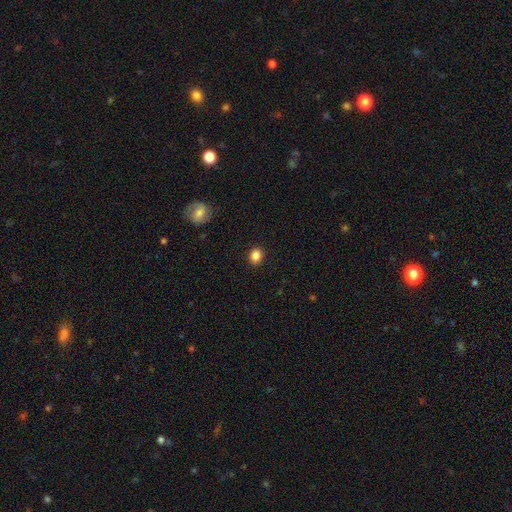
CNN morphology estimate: This appears to be a smooth galaxy with no disk features (86%) that is round (60%). Merging: none (90%).